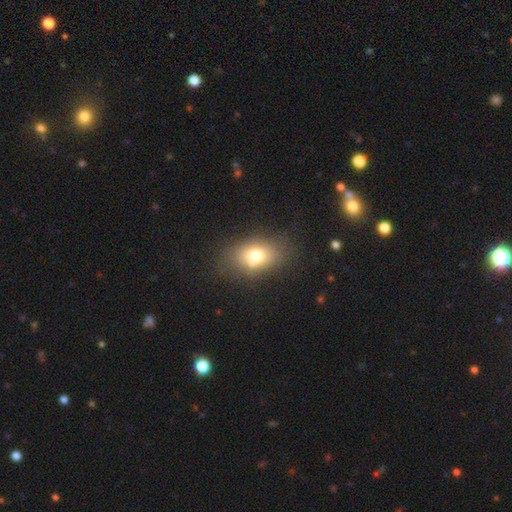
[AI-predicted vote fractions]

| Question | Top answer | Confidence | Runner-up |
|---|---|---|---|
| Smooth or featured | smooth | 71% | featured or disk (17%) |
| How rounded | in between | 75% | round (23%) |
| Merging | none | 67% | minor disturbance (17%) |